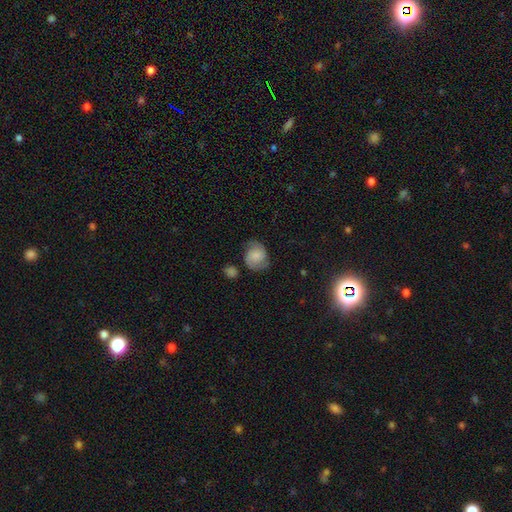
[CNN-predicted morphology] Smooth or featured? Predicted: featured or disk (p=0.50). Merging? Predicted: none (p=0.62).